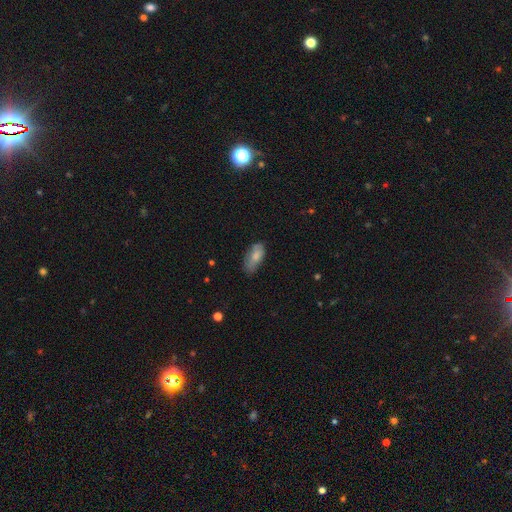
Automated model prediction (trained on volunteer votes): Smooth or featured: smooth — 76% (featured or disk — 17%)
How rounded: in between — 86% (cigar-shaped — 11%)
Merging: none — 60% (minor disturbance — 30%)